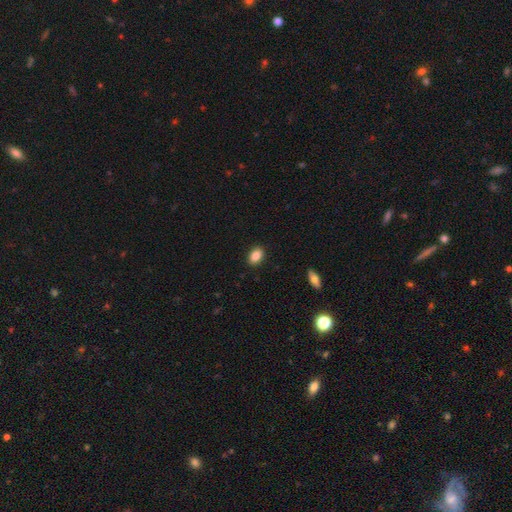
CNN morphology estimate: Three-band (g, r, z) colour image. It shows a smooth galaxy with no disk features (87%) that is in between round and cigar-shaped (87%). Merging: none (90%).